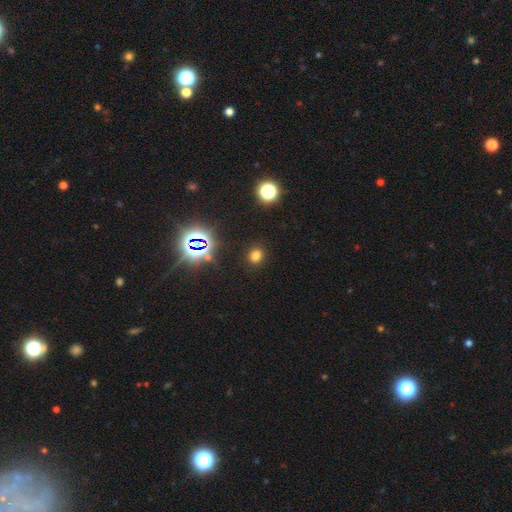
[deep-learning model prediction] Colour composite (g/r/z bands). It shows a smooth galaxy with no disk features (71%) that is round (73%). Merging: none (88%).